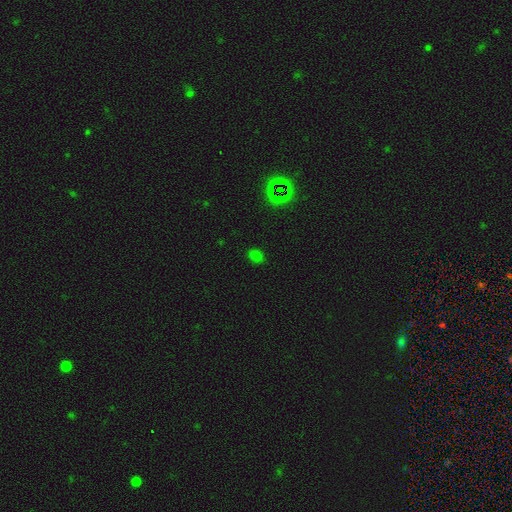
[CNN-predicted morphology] This appears to be a smooth galaxy with no disk features (67%) that is in between round and cigar-shaped (59%). Merging: none (85%).